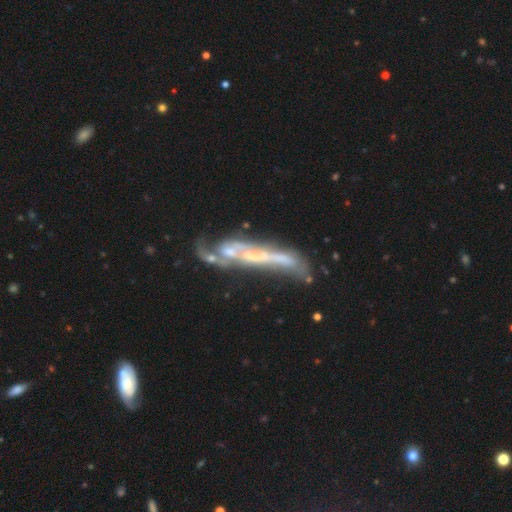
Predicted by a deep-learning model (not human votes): Smooth or featured?
  - featured or disk: 71% *
  - smooth: 19%
  - star or artifact: 10%
Edge-on disk?
  - yes: 50% * (tied)
  - no: 50% * (tied)
Merging?
  - none: 31% *
  - major disturbance: 27%
  - merger: 23%
  - minor disturbance: 18%